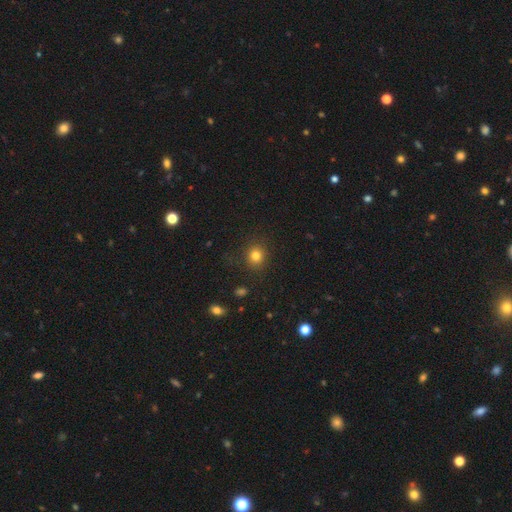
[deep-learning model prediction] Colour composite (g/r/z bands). It shows a smooth galaxy with no disk features (81%) that is round (85%). Merging: none (88%).